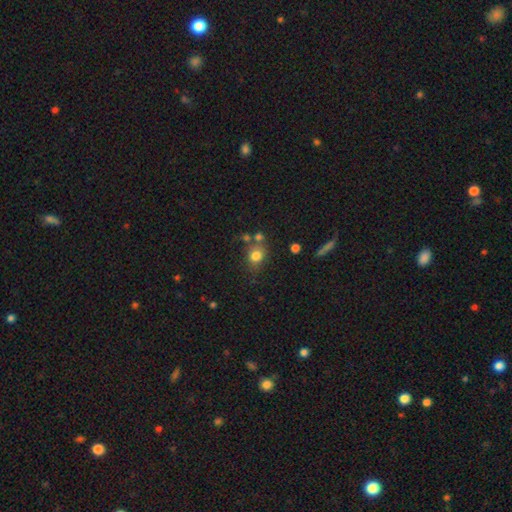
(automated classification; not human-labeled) This is likely a smooth galaxy (79%). How rounded: likely round (65%). Merging: likely none (64%).